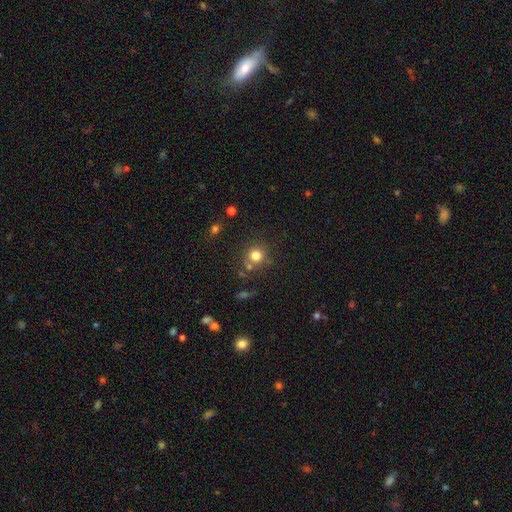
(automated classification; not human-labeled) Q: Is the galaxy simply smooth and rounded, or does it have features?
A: smooth — 78%.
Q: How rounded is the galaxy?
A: round — 89%.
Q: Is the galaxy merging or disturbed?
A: none — 71%.